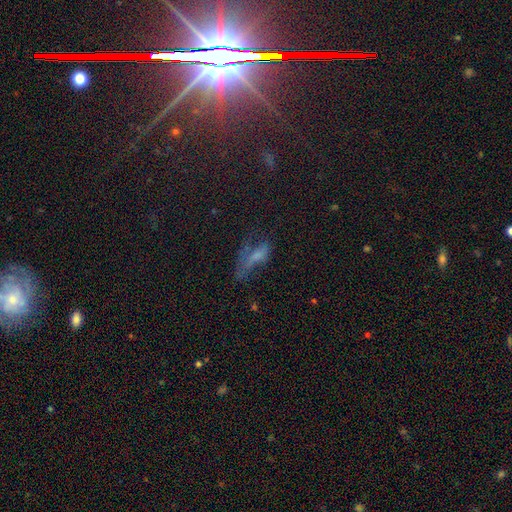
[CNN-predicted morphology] Smooth or featured? Predicted: smooth (p=0.44). Merging? Predicted: major disturbance (p=0.40).